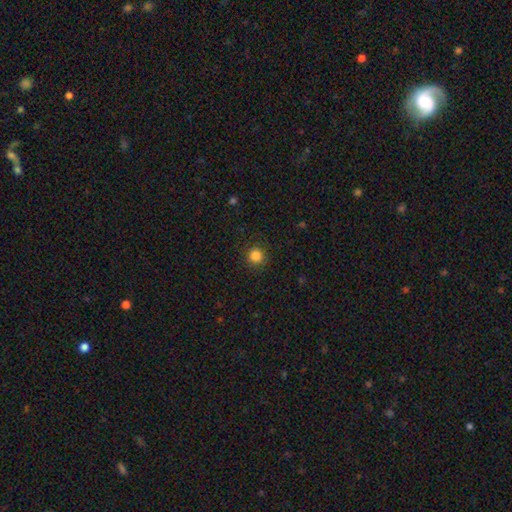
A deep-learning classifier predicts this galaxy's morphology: smooth_or_featured: smooth (p=0.85) [alt: star or artifact p=0.12]
how_rounded: round (p=0.94) [alt: in between p=0.05]
merging: none (p=0.90) [alt: minor disturbance p=0.06]